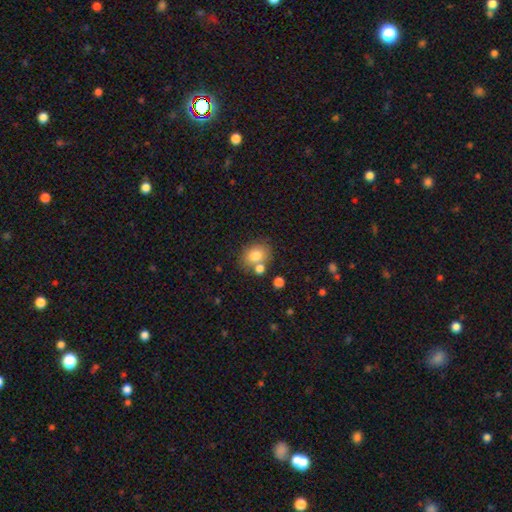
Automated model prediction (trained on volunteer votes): This appears to be a smooth galaxy with no disk features (78%) that is round (51%). Merging: none (62%).